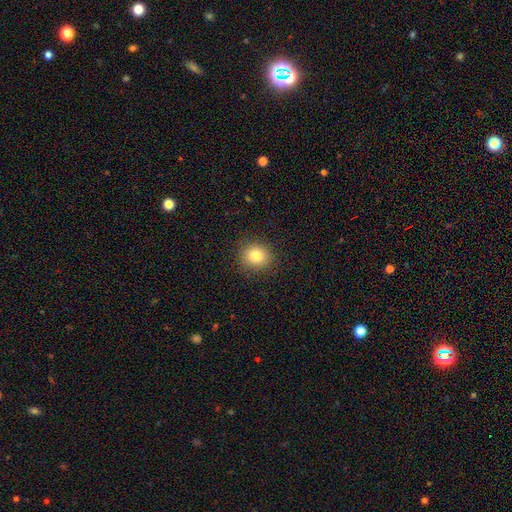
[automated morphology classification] smooth 80%, star or artifact 12%, featured or disk 8%. Down the decision tree: how rounded — round (85%); merging — none (89%).